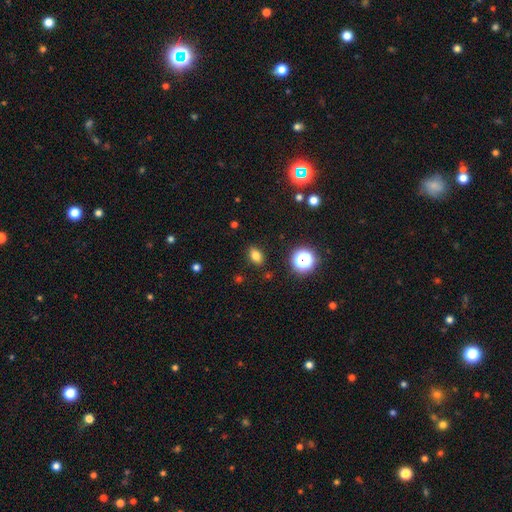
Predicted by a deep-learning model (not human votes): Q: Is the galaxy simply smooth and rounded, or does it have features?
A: smooth — 77%.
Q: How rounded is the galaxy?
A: in between — 77%.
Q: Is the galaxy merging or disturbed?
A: none — 87%.